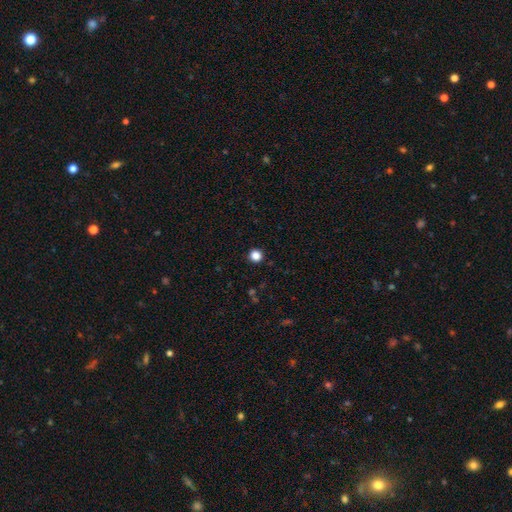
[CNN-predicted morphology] smooth 85%, star or artifact 12%, featured or disk 3%. Down the decision tree: how rounded — round (93%); merging — none (93%).